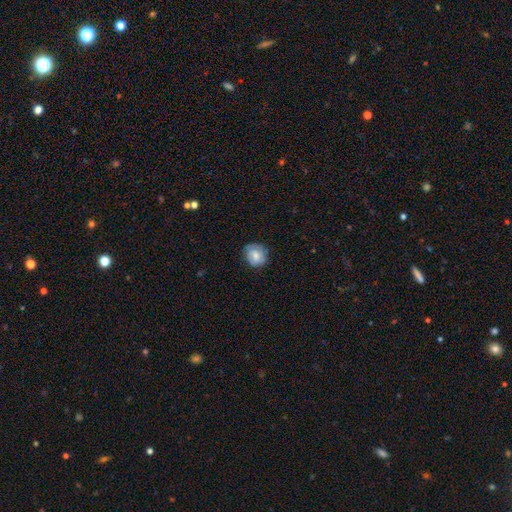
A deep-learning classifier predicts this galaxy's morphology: Smooth or featured? smooth (67%)
How rounded? round (78%)
Merging? none (73%)